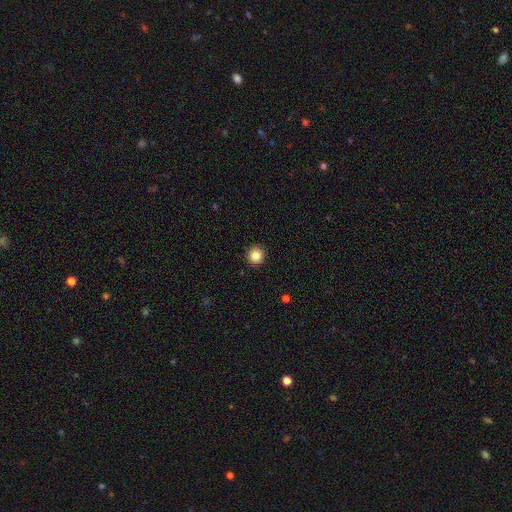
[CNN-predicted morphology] A smooth galaxy with no disk features (85%) that is round (93%).

Vote fractions:
- Smooth or featured? smooth: 85% / star or artifact: 10% / featured or disk: 5%
- How rounded? round: 93% / in between: 6% / cigar-shaped: 1%
- Merging? none: 92% / minor disturbance: 5% / major disturbance: 2% / merger: 1%